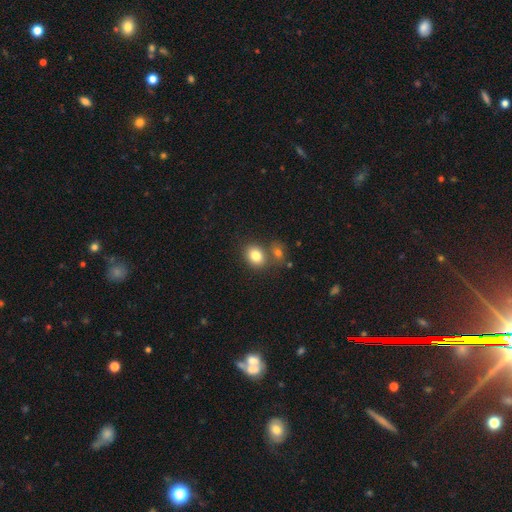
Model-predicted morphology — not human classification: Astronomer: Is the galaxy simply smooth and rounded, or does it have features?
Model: smooth — 81%.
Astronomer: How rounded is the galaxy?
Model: in between — 52% (runner-up: round, 47%).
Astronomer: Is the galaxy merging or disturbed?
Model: none — 60%.